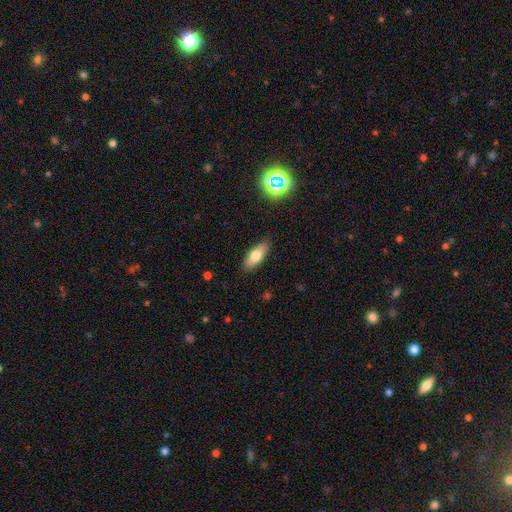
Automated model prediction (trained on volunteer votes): Morphology: type=smooth (73%); roundness=in between (76%); merging=none (85%).